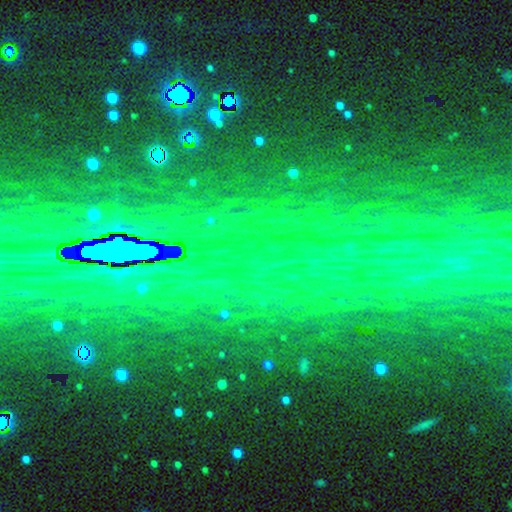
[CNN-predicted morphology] Smooth or featured?
  - star or artifact: 86% *
  - featured or disk: 7%
  - smooth: 7%